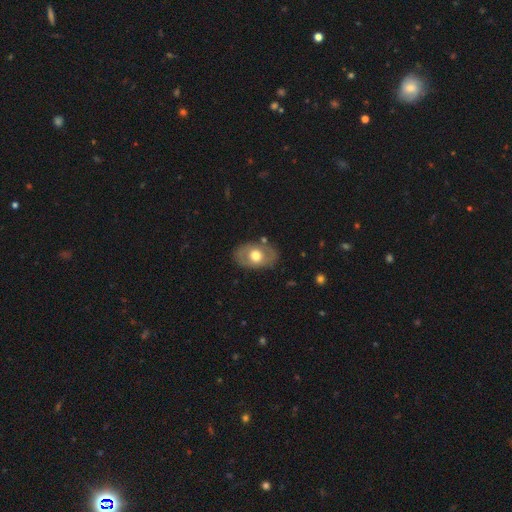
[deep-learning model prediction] smooth 50%, featured or disk 45%, star or artifact 6%. Down the decision tree: merging — none (78%).